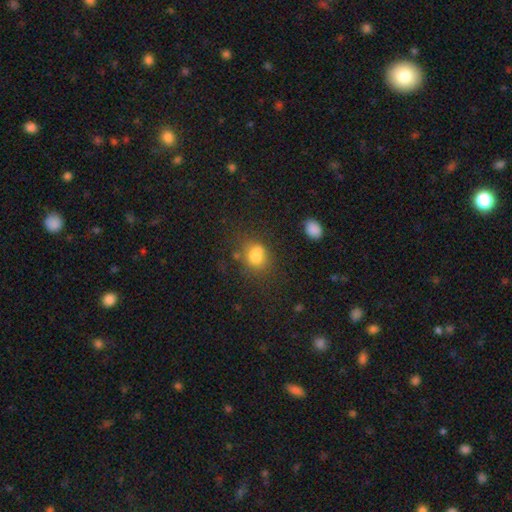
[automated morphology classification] Smooth or featured? smooth (70%)
How rounded? round (62%)
Merging? none (45%)